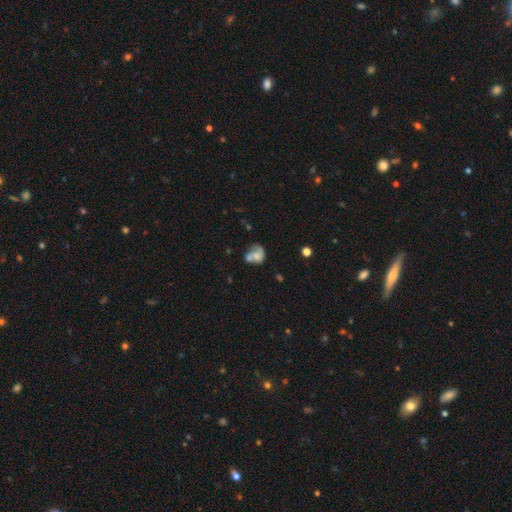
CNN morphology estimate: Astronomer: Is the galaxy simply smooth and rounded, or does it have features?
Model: smooth — 49% (runner-up: featured or disk, 40%).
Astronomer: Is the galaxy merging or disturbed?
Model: merger — 37% (runner-up: none, 25%).